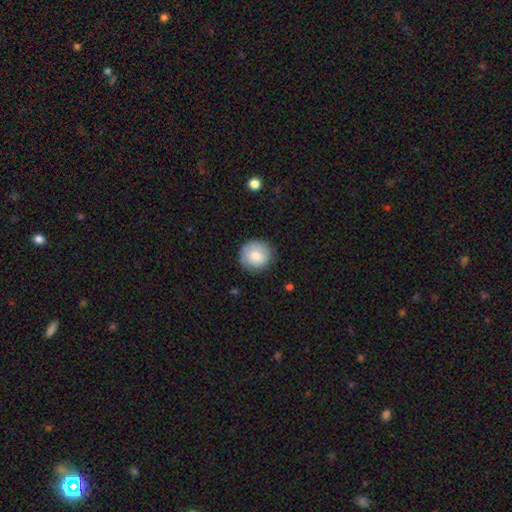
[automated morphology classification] Smooth or featured? smooth (78%)
How rounded? round (92%)
Merging? none (85%)